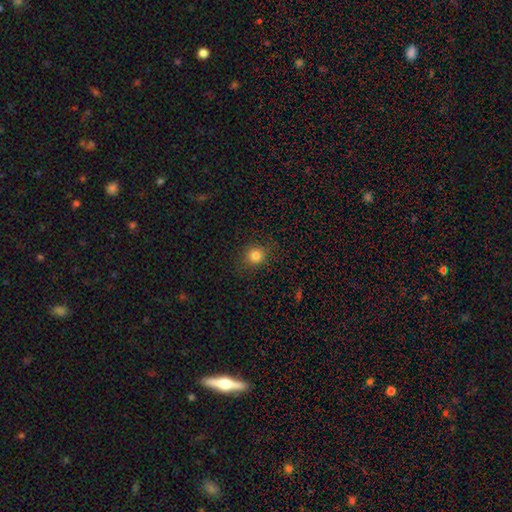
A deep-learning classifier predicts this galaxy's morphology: Smooth or featured: smooth — 80% (star or artifact — 13%)
How rounded: round — 86% (in between — 13%)
Merging: none — 87% (minor disturbance — 9%)